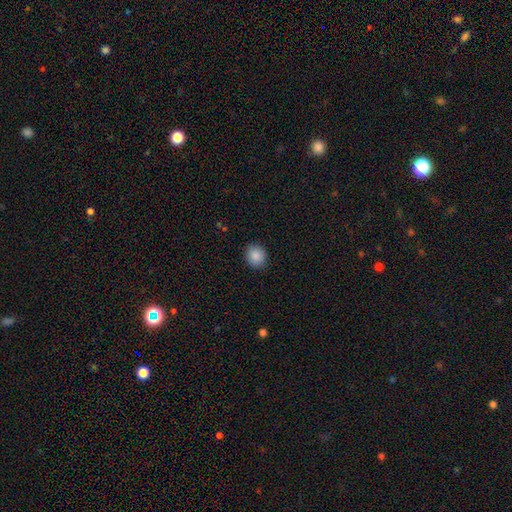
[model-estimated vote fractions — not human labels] Smooth or featured? Predicted: smooth (p=0.87). How rounded? Predicted: round (p=0.83). Merging? Predicted: none (p=0.90).